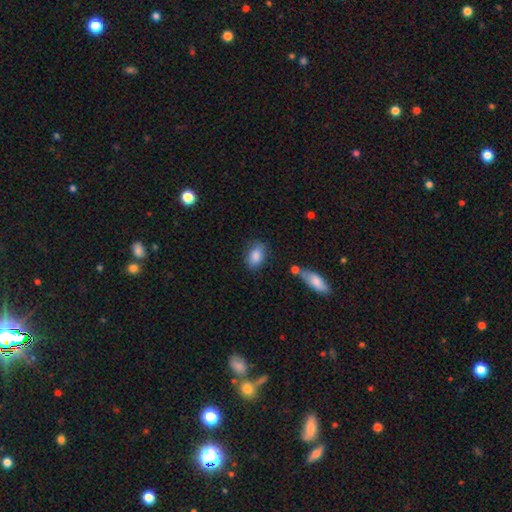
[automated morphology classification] This appears to be a smooth galaxy with no disk features (86%) that is in between round and cigar-shaped (89%). Merging: none (71%).